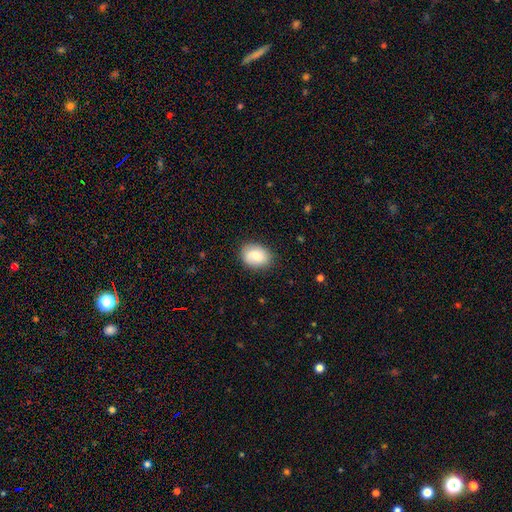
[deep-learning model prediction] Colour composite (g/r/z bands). It shows a smooth galaxy with no disk features (83%) that is in between round and cigar-shaped (73%). Merging: none (83%).